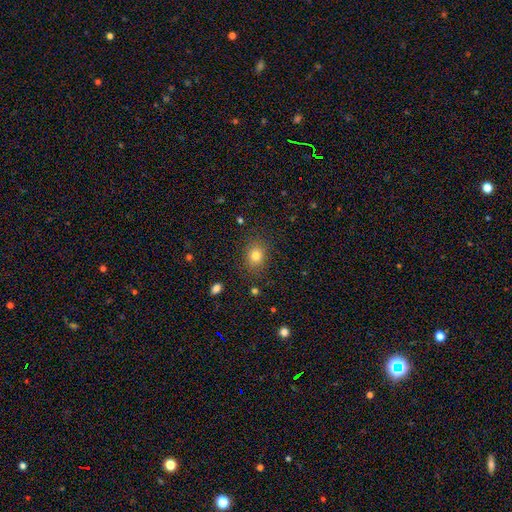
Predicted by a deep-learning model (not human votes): Smooth or featured?
  - smooth: 79% *
  - star or artifact: 13%
  - featured or disk: 8%
How rounded?
  - round: 56% *
  - in between: 43%
  - cigar-shaped: 1%
Merging?
  - none: 84% *
  - minor disturbance: 10%
  - major disturbance: 4%
  - merger: 2%